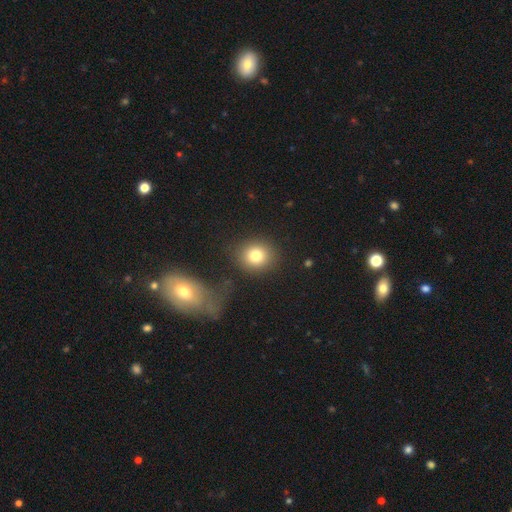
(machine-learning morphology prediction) smooth-or-featured: smooth: 81% | star or artifact: 10% | featured or disk: 9%
  how-rounded: round: 81% | in between: 18% | cigar-shaped: 1%
  merging: none: 82% | minor disturbance: 9% | merger: 5% | major disturbance: 4%